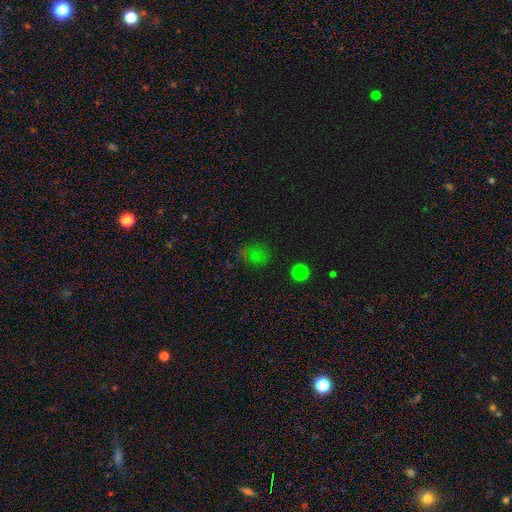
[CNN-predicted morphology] type=smooth (51%); roundness=round (58%); merging=none (67%).